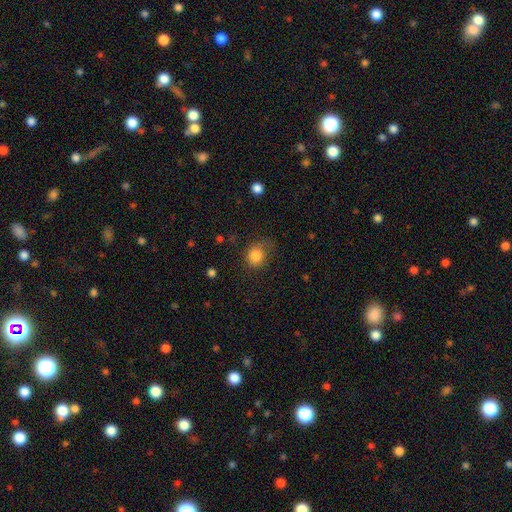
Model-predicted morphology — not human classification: A smooth galaxy with no disk features (83%) that is round (77%). Merging: none (63%).